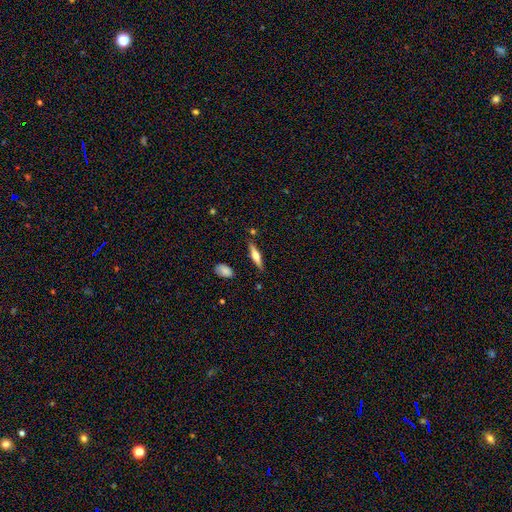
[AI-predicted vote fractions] Smooth or featured?
  - featured or disk: 54% *
  - smooth: 40%
  - star or artifact: 6%
Edge-on disk?
  - yes: 95% *
  - no: 5%
Edge-on bulge?
  - rounded: 90% *
  - boxy: 5%
  - none: 4%
Merging?
  - none: 85% *
  - minor disturbance: 10%
  - merger: 3%
  - major disturbance: 2%